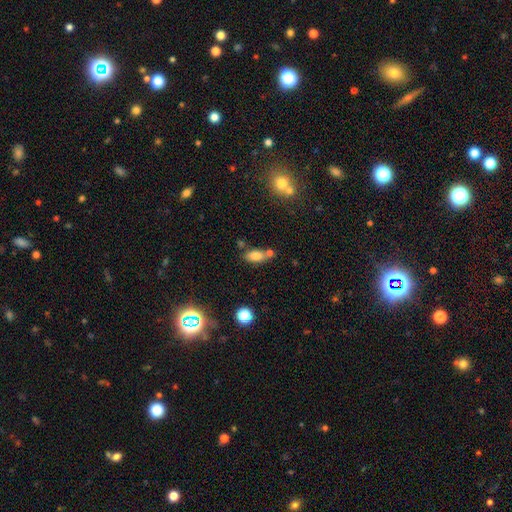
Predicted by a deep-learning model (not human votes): smooth 78%, featured or disk 11%, star or artifact 11%. Down the decision tree: how rounded — in between (85%); merging — none (55%).